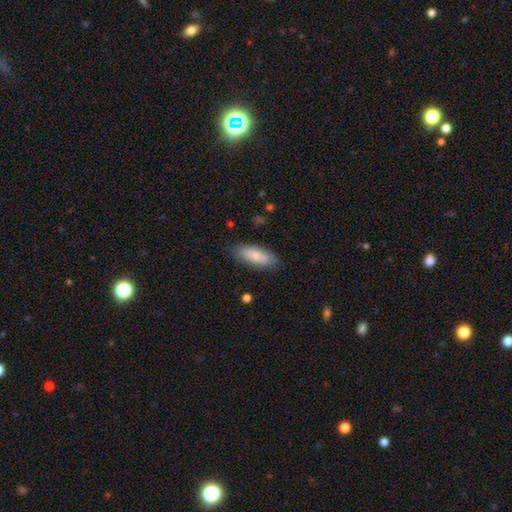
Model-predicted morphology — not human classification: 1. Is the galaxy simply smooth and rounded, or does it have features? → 75% smooth, 19% featured or disk, 6% star or artifact.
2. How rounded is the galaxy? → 77% in between, 21% cigar-shaped, 2% round.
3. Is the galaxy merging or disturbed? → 81% none, 15% minor disturbance, 3% major disturbance, 1% merger.